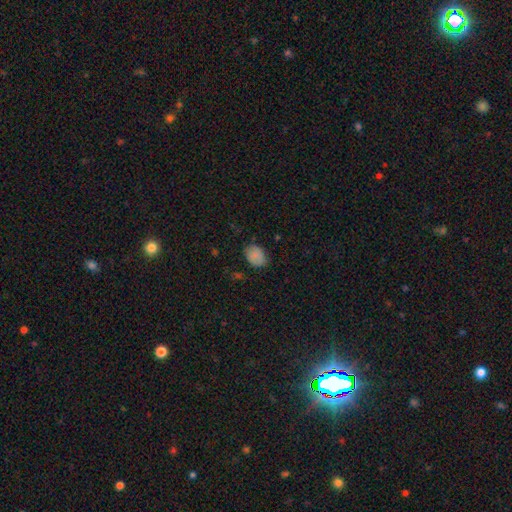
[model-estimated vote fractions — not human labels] Smooth or featured? smooth (82%)
How rounded? in between (71%)
Merging? none (73%)